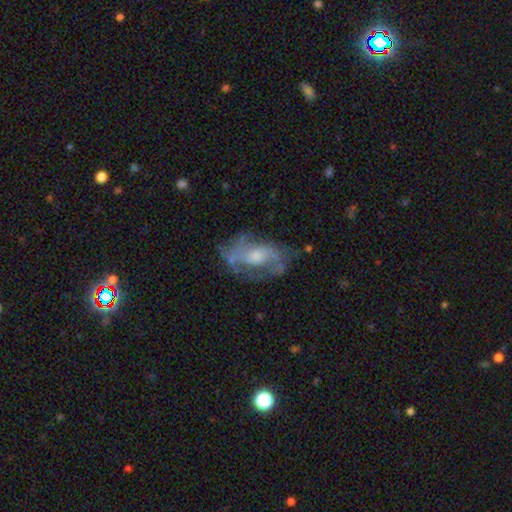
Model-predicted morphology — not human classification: Smooth or featured? featured or disk (72%)
Edge-on disk? no (94%)
Bar? no (57%)
Spiral arms? yes (74%)
Spiral winding? medium (44%)
Spiral arm count? 2 (56%)
Bulge size? moderate (50%)
Merging? none (57%)